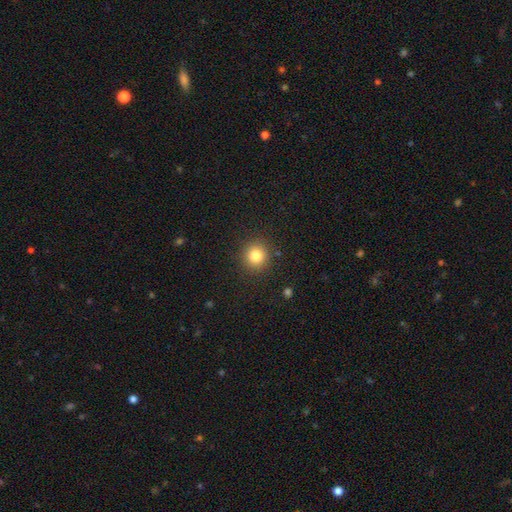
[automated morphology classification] The model was most divided on "smooth or featured": smooth: 83%, star or artifact: 12%, featured or disk: 6%. More confident: how rounded — round (92%); merging — none (90%).